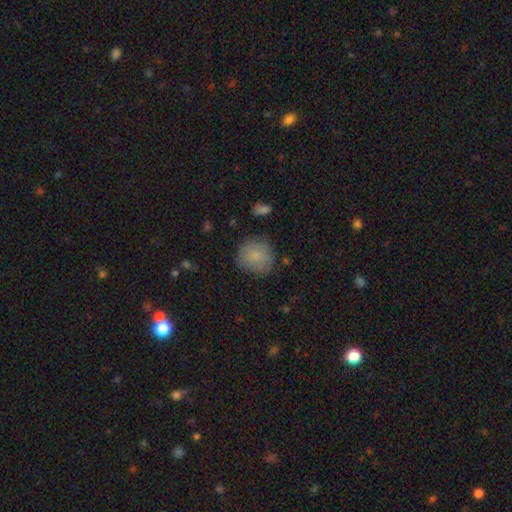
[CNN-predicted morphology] smooth 81%, featured or disk 11%, star or artifact 9%. Down the decision tree: how rounded — round (89%); merging — none (76%).